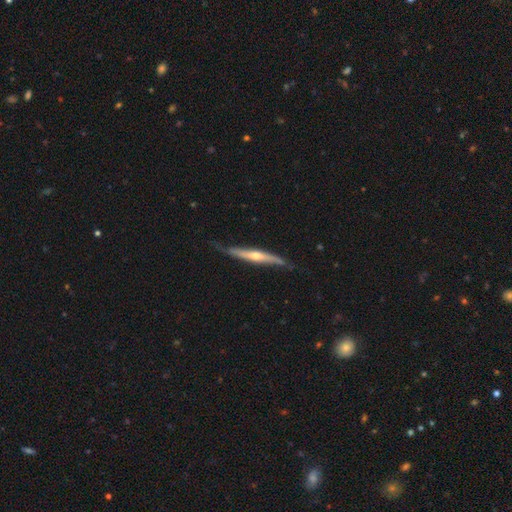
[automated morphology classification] The model was most divided on "merging": none: 65%, minor disturbance: 27%, major disturbance: 6%, merger: 2%. More confident: edge-on disk — yes (87%); edge-on bulge — rounded (78%); smooth or featured — featured or disk (69%).